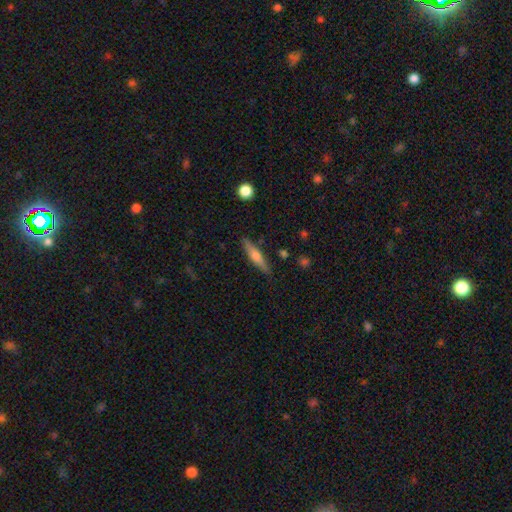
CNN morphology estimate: Smooth or featured: smooth — 47% (tied with featured or disk — 47%)
Merging: none — 87% (minor disturbance — 9%)